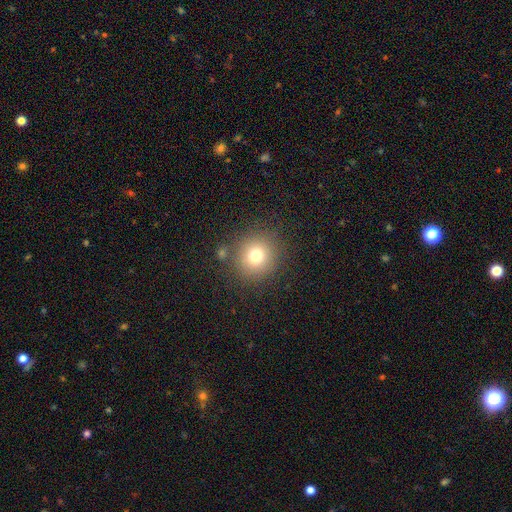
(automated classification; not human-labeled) smooth 75%, star or artifact 14%, featured or disk 11%. Down the decision tree: how rounded — round (92%); merging — none (83%).